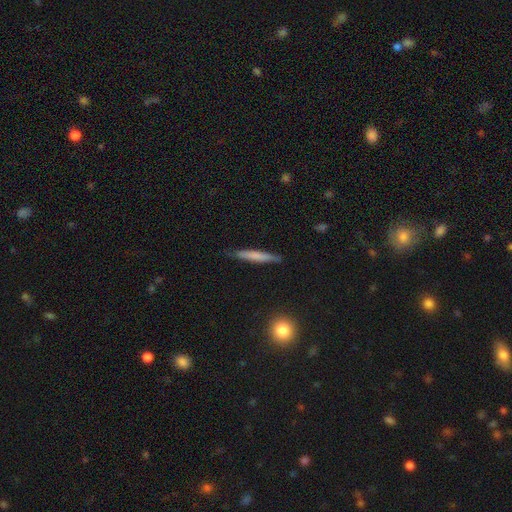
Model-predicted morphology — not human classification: The model was most divided on "smooth or featured": smooth: 64%, featured or disk: 29%, star or artifact: 6%. More confident: how rounded — cigar-shaped (94%); merging — none (83%).